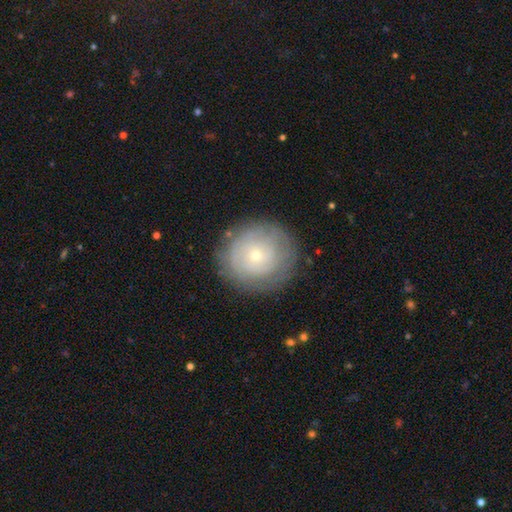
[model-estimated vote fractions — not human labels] Smooth or featured?
  - featured or disk: 48% *
  - smooth: 43%
  - star or artifact: 9%
Merging?
  - none: 82% *
  - minor disturbance: 12%
  - major disturbance: 4%
  - merger: 1%